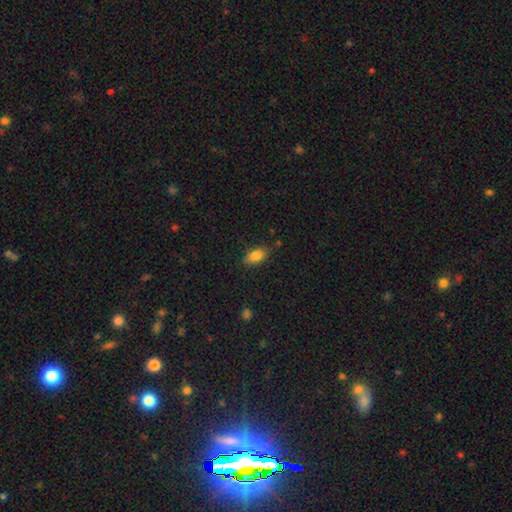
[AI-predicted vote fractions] Smooth or featured?
  - smooth: 84% *
  - star or artifact: 8%
  - featured or disk: 7%
How rounded?
  - in between: 89% *
  - round: 7%
  - cigar-shaped: 4%
Merging?
  - none: 78% *
  - minor disturbance: 16%
  - major disturbance: 4%
  - merger: 2%